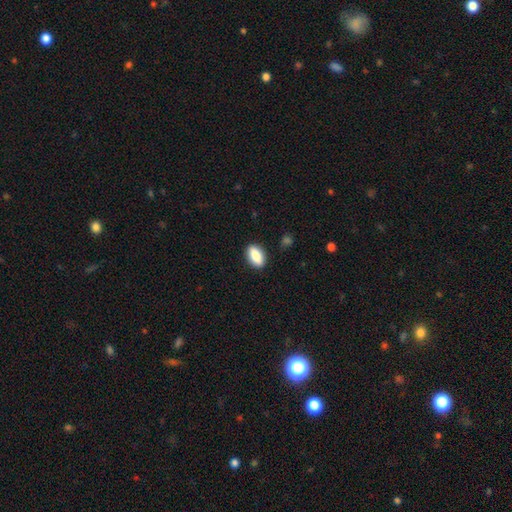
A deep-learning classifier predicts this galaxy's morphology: Q: Smooth or featured?
A: smooth (85%); runner-up: featured or disk (8%)
Q: How rounded?
A: in between (87%); runner-up: cigar-shaped (8%)
Q: Merging?
A: none (88%); runner-up: minor disturbance (8%)